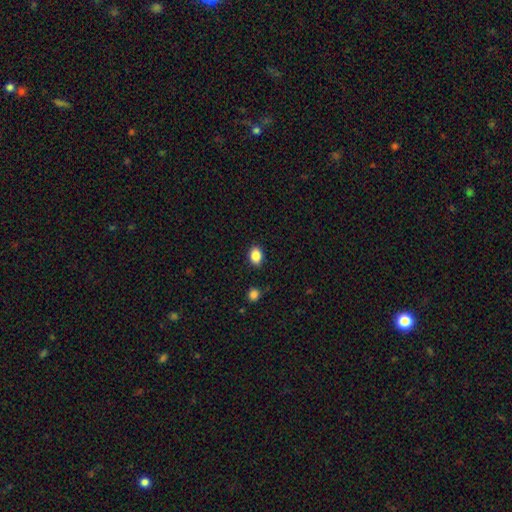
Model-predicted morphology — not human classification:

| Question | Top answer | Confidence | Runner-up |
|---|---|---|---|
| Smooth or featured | smooth | 87% | star or artifact (9%) |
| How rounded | in between | 73% | round (26%) |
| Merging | none | 87% | minor disturbance (9%) |